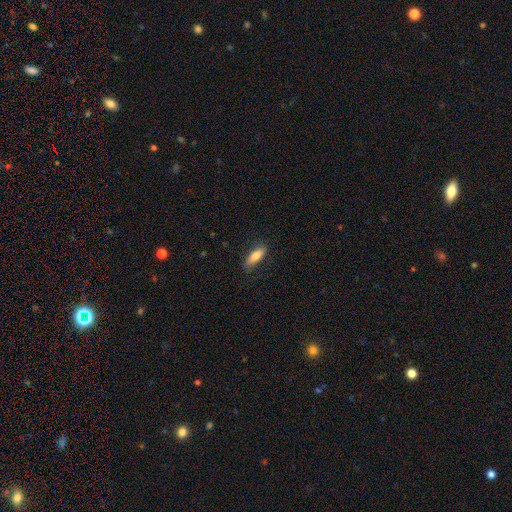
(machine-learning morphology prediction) Q: Smooth or featured?
A: smooth (75%); runner-up: featured or disk (19%)
Q: How rounded?
A: in between (55%); runner-up: cigar-shaped (43%)
Q: Merging?
A: none (80%); runner-up: minor disturbance (16%)